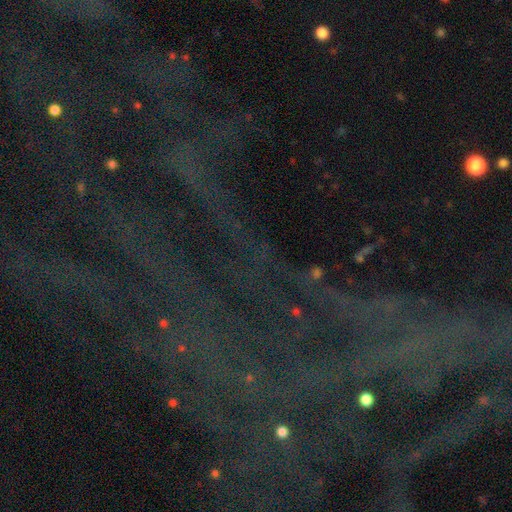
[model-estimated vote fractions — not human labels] Smooth or featured? star or artifact (80%)